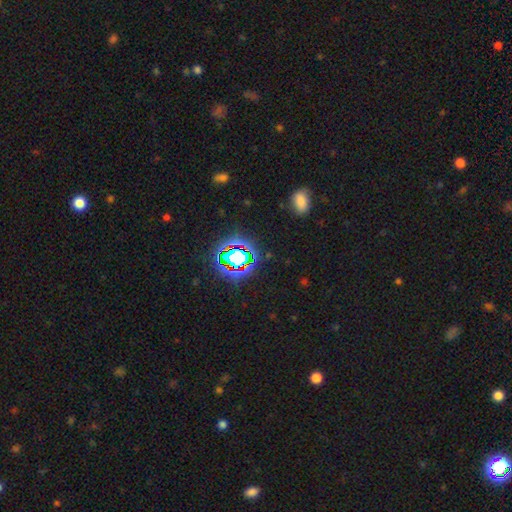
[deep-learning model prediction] Smooth or featured: star or artifact — 78% (smooth — 14%)